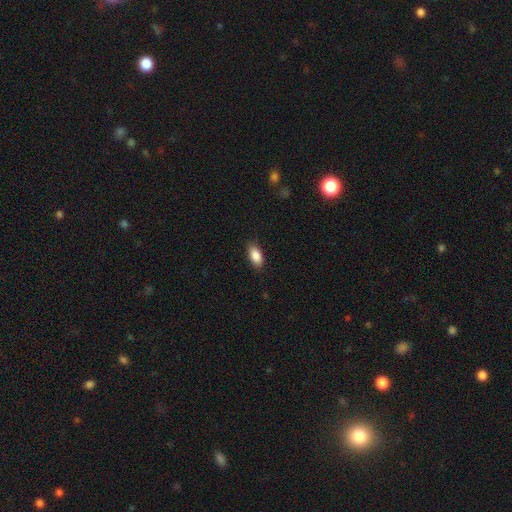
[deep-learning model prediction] This is clearly a smooth galaxy (88%). How rounded: clearly in between (91%). Merging: clearly none (86%).